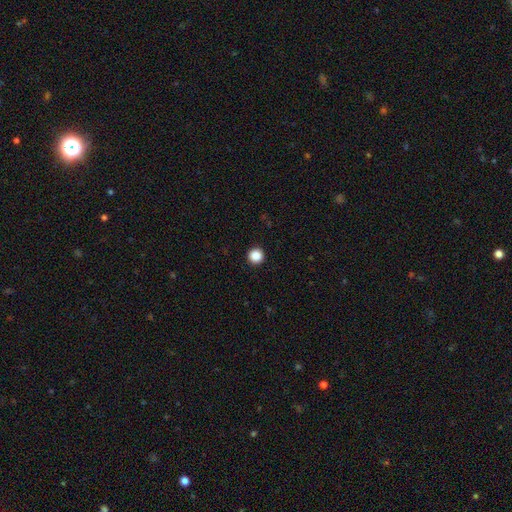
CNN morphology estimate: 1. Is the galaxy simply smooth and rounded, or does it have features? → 88% smooth, 10% star or artifact, 2% featured or disk.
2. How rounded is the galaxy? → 96% round, 3% in between, 1% cigar-shaped.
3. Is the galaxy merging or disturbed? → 94% none, 4% minor disturbance, 1% major disturbance, 1% merger.